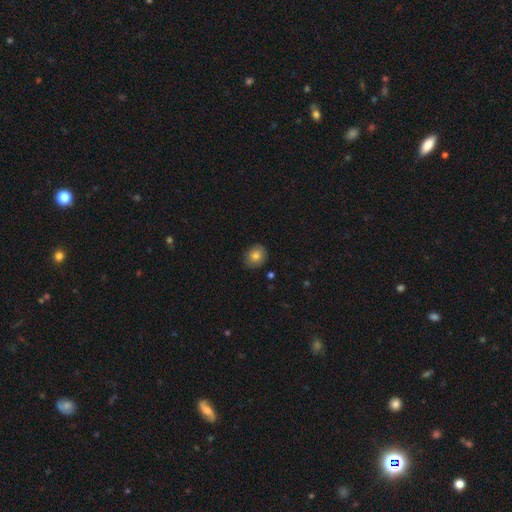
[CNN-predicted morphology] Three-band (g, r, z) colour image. It shows a smooth galaxy with no disk features (81%) that is round (60%). Merging: none (86%).